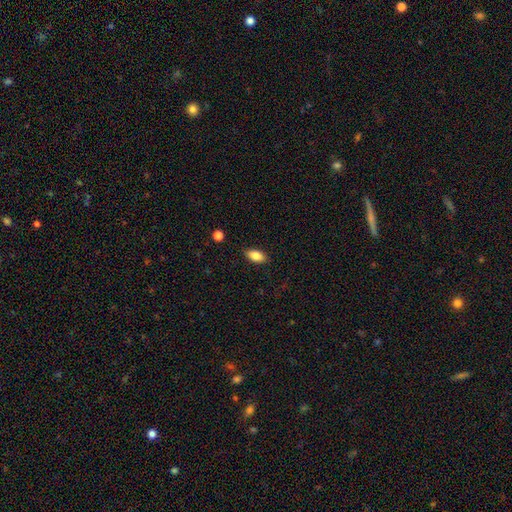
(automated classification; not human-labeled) Morphology: type=smooth (83%); roundness=in between (90%); merging=none (87%).